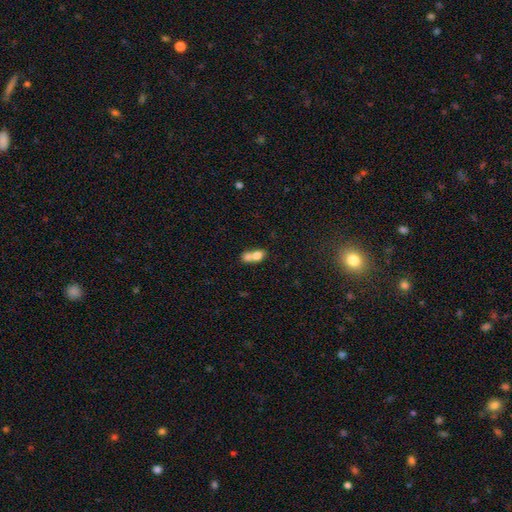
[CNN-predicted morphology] smooth 72%, featured or disk 19%, star or artifact 9%. Down the decision tree: how rounded — in between (63%); merging — merger (73%).